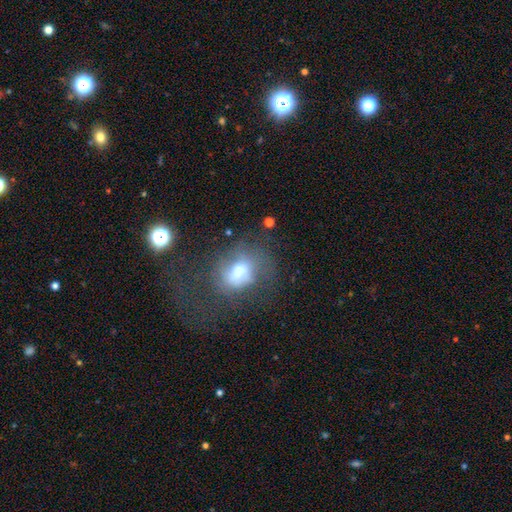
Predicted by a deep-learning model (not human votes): Smooth or featured: smooth — 50% (featured or disk — 32%)
How rounded: in between — 60% (round — 39%)
Merging: major disturbance — 43% (none — 32%)